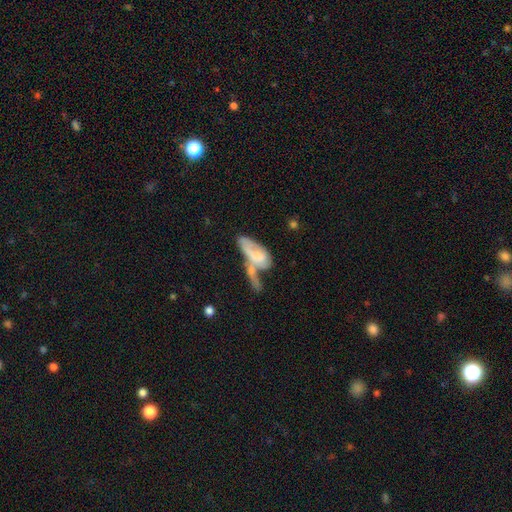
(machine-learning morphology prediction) A smooth galaxy with no disk features (55%) that is in between round and cigar-shaped (77%).

Vote fractions:
- Smooth or featured? smooth: 55% / featured or disk: 38% / star or artifact: 7%
- How rounded? in between: 77% / cigar-shaped: 19% / round: 4%
- Merging? merger: 47% / major disturbance: 20% / none: 18% / minor disturbance: 14%